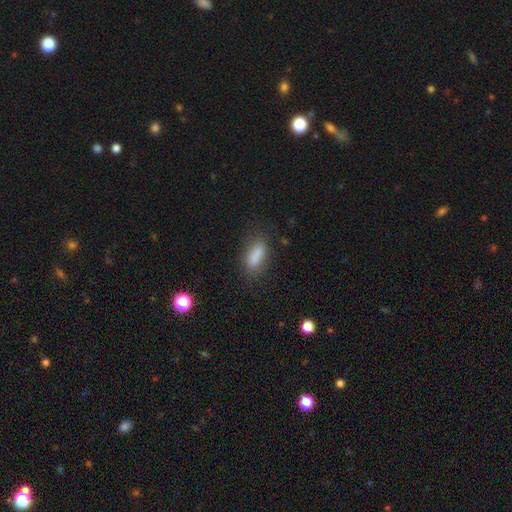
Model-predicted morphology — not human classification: A smooth galaxy with no disk features (84%) that is in between round and cigar-shaped (69%). Merging: none (75%).